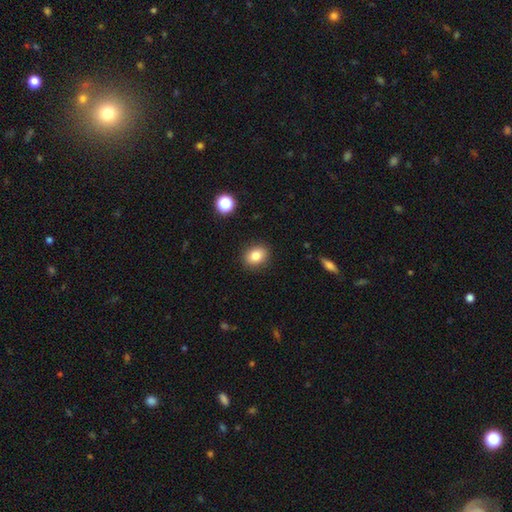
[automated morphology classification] smooth 83%, star or artifact 10%, featured or disk 7%. Down the decision tree: how rounded — in between (51%); merging — none (89%).